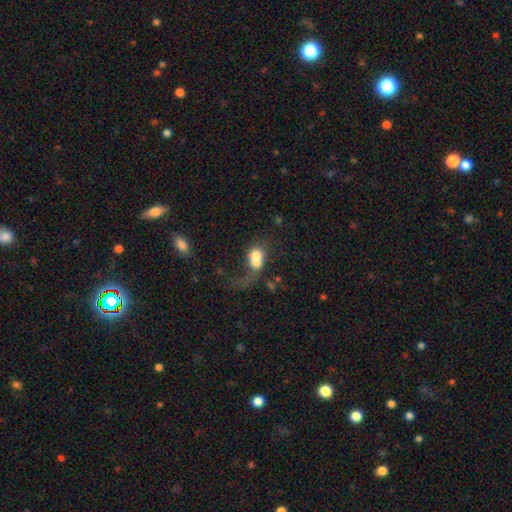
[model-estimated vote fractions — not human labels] A smooth galaxy with no disk features (63%) that is in between round and cigar-shaped (54%).

Vote fractions:
- Smooth or featured? smooth: 63% / featured or disk: 27% / star or artifact: 10%
- How rounded? in between: 54% / round: 44% / cigar-shaped: 2%
- Merging? merger: 64% / major disturbance: 18% / none: 11% / minor disturbance: 6%